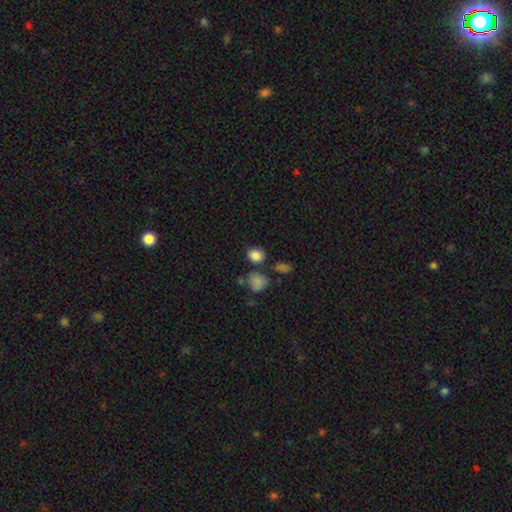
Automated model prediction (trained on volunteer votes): Smooth or featured? smooth (84%)
How rounded? round (56%)
Merging? none (72%)